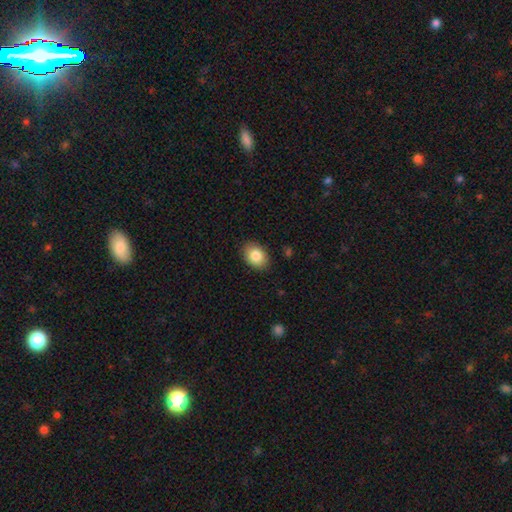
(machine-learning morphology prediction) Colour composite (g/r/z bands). It shows a smooth galaxy with no disk features (85%) that is in between round and cigar-shaped (75%). Merging: none (88%).